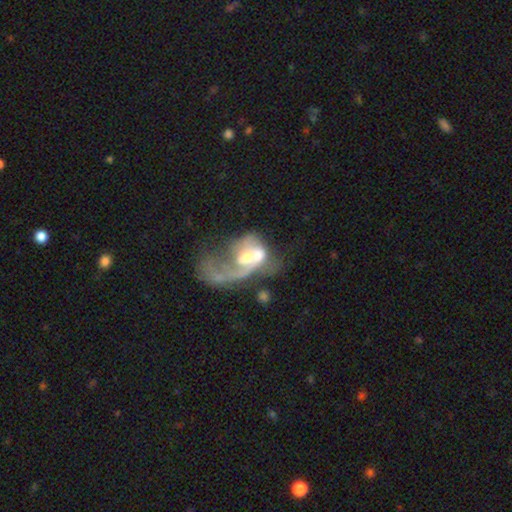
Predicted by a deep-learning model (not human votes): Morphology: type=featured or disk (68%); edge-on=no (97%); bar=no (68%); spiral arms=yes (64%); bulge=moderate (55%); merging=merger (51%).